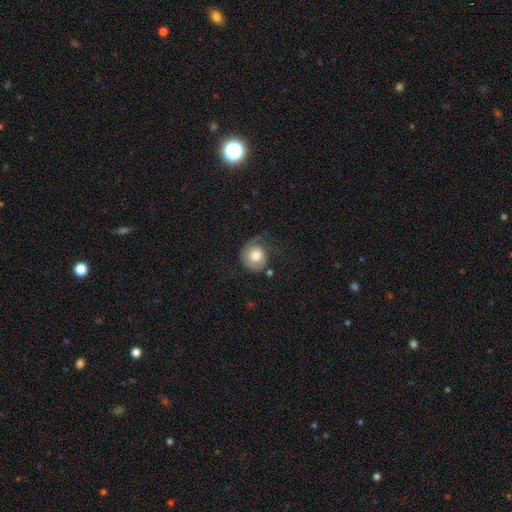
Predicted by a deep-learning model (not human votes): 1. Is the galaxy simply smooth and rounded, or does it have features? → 59% smooth, 34% featured or disk, 7% star or artifact.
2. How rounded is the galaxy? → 82% round, 17% in between, 1% cigar-shaped.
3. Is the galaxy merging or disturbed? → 42% none, 28% major disturbance, 26% minor disturbance, 3% merger.